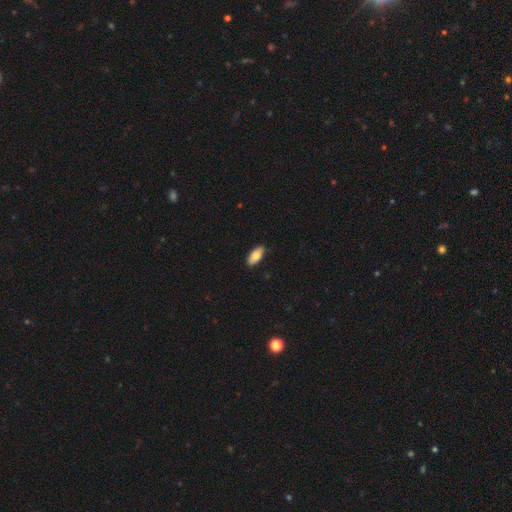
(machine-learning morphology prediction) smooth_or_featured: smooth (p=0.79) [alt: featured or disk p=0.15]
how_rounded: in between (p=0.88) [alt: cigar-shaped p=0.10]
merging: none (p=0.88) [alt: minor disturbance p=0.10]